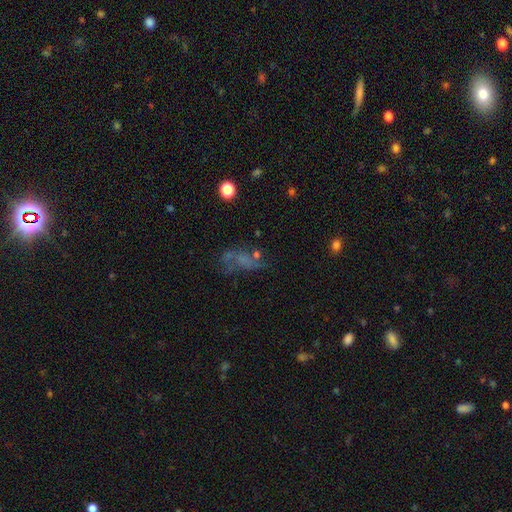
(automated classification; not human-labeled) Smooth or featured: featured or disk — 40% (smooth — 37%)
Merging: none — 38% (major disturbance — 32%)